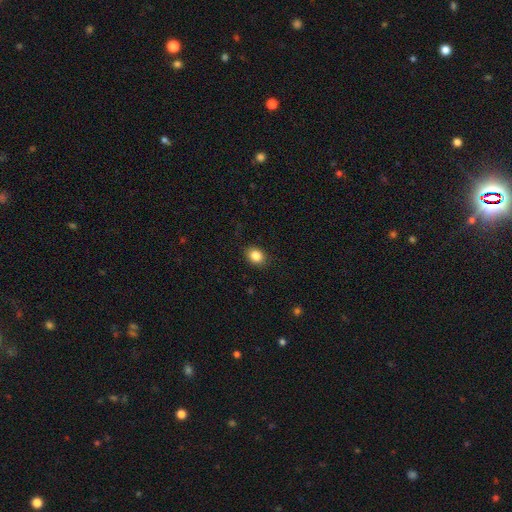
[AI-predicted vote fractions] Smooth or featured: smooth — 85% (star or artifact — 9%)
How rounded: in between — 55% (round — 44%)
Merging: none — 88% (minor disturbance — 9%)